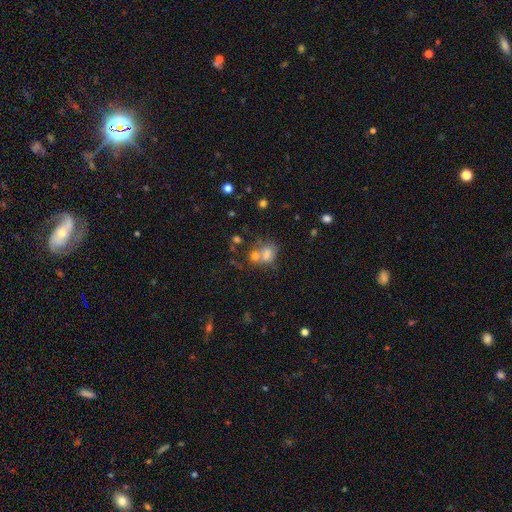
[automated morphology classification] The model was most divided on "merging": merger: 43%, none: 41%, minor disturbance: 9%, major disturbance: 6%. More confident: how rounded — round (66%); smooth or featured — smooth (55%).